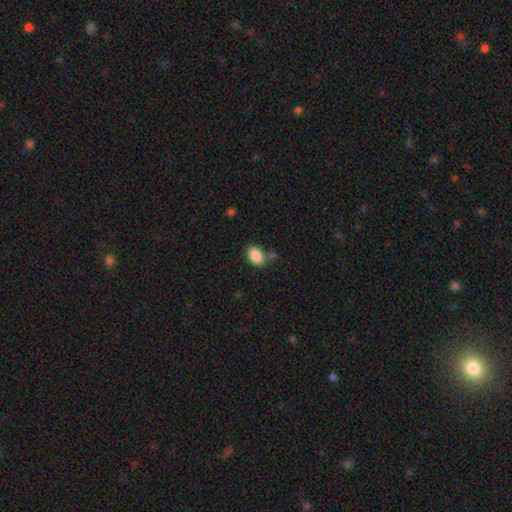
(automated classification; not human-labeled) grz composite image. It shows a smooth galaxy with no disk features (88%) that is in between round and cigar-shaped (87%). Merging: none (77%).